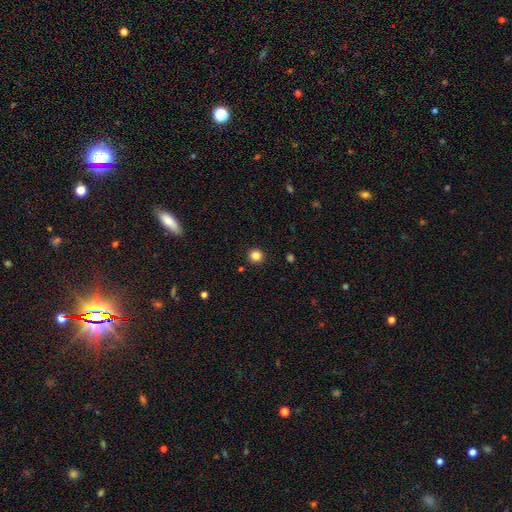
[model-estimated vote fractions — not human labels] The model was most divided on "smooth or featured": smooth: 83%, star or artifact: 12%, featured or disk: 5%. More confident: how rounded — round (93%); merging — none (92%).